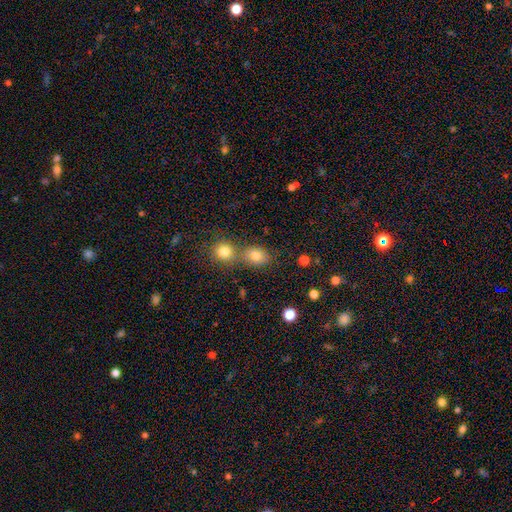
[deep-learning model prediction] The model was most divided on "how rounded": in between: 53%, round: 46%, cigar-shaped: 1%. More confident: smooth or featured — smooth (79%); merging — none (54%).